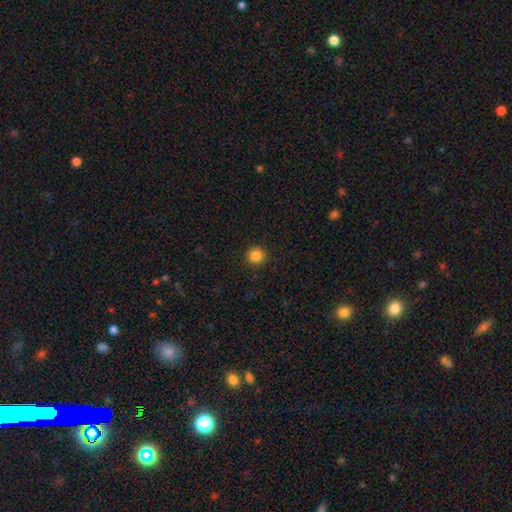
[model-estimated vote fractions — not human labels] This is clearly a smooth galaxy (85%). How rounded: clearly round (94%). Merging: clearly none (92%).